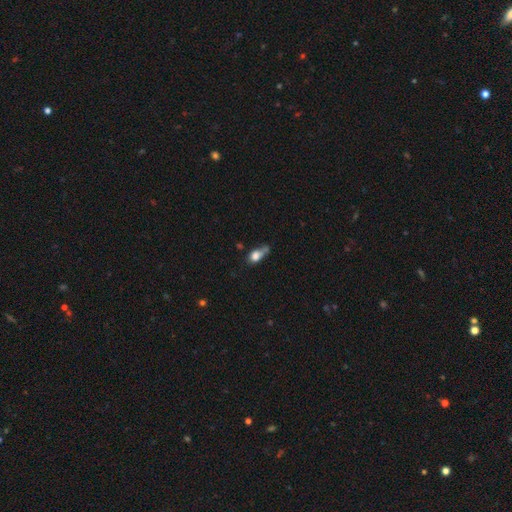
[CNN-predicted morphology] smooth_or_featured: smooth (p=0.74) [alt: featured or disk p=0.15]
how_rounded: in between (p=0.63) [alt: round p=0.30]
merging: none (p=0.32) [alt: minor disturbance p=0.27]